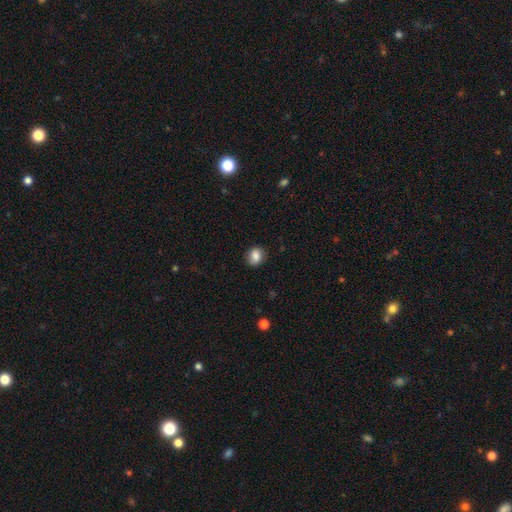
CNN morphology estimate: A smooth galaxy with no disk features (82%) that is round (62%).

Vote fractions:
- Smooth or featured? smooth: 82% / star or artifact: 9% / featured or disk: 9%
- How rounded? round: 62% / in between: 37% / cigar-shaped: 1%
- Merging? none: 85% / minor disturbance: 11% / major disturbance: 3% / merger: 1%